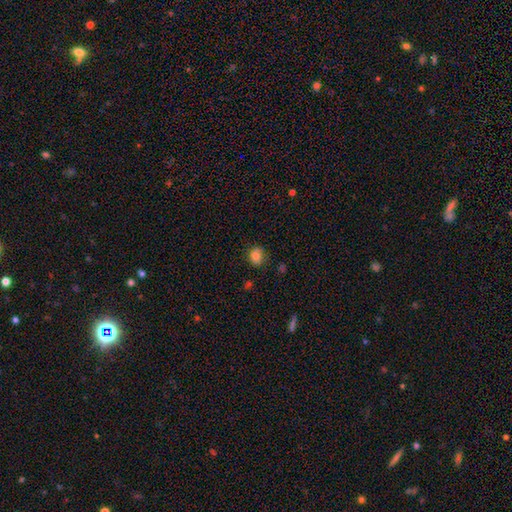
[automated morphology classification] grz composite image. It shows a smooth galaxy with no disk features (82%) that is round (61%). Merging: none (80%).